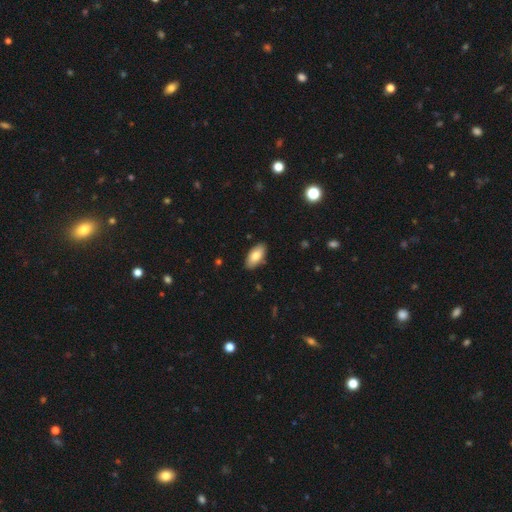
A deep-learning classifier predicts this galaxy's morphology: A smooth galaxy with no disk features (79%) that is in between round and cigar-shaped (91%).

Vote fractions:
- Smooth or featured? smooth: 79% / featured or disk: 14% / star or artifact: 7%
- How rounded? in between: 91% / cigar-shaped: 6% / round: 2%
- Merging? none: 87% / minor disturbance: 10% / major disturbance: 2% / merger: 1%